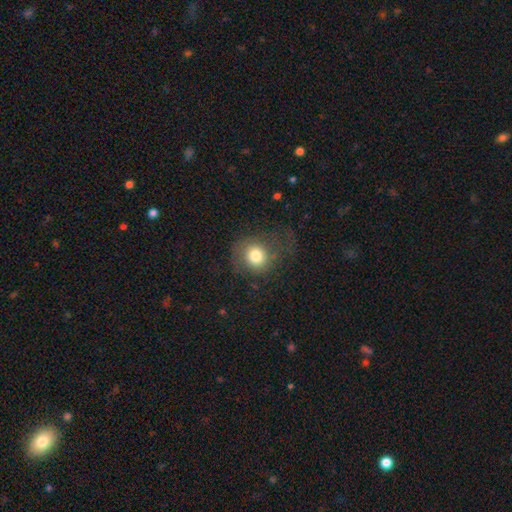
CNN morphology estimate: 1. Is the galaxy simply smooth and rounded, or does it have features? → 76% smooth, 14% featured or disk, 10% star or artifact.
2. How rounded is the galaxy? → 81% round, 18% in between, 1% cigar-shaped.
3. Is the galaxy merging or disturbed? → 58% none, 21% major disturbance, 19% minor disturbance, 2% merger.